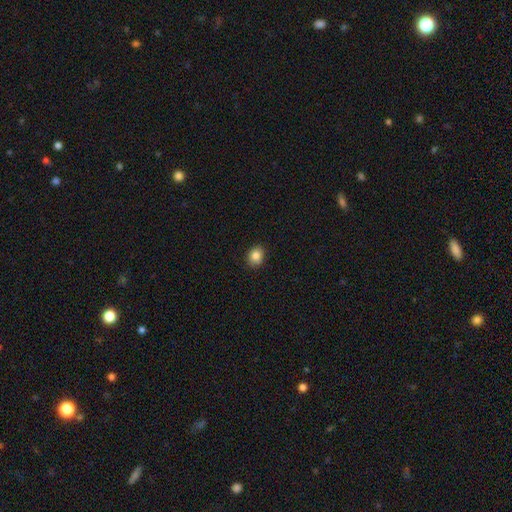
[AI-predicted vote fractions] smooth_or_featured: smooth (p=0.85) [alt: star or artifact p=0.09]
how_rounded: in between (p=0.50) [alt: round p=0.49]
merging: none (p=0.89) [alt: minor disturbance p=0.08]